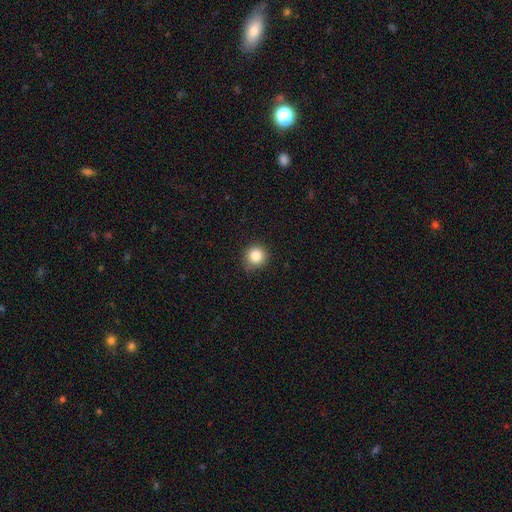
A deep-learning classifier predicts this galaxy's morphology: This is clearly a smooth galaxy (85%). How rounded: clearly round (91%). Merging: clearly none (80%).